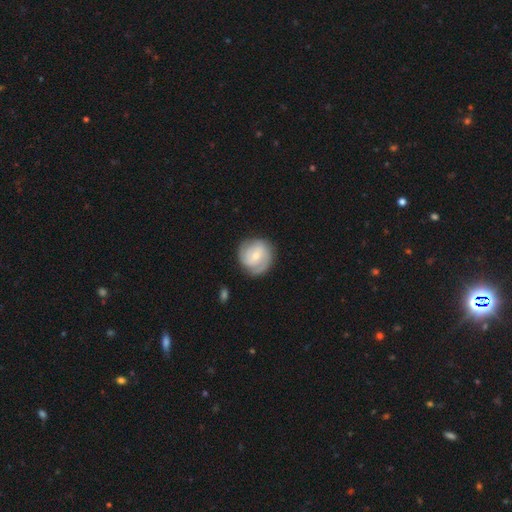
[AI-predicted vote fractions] A featured or disk galaxy (67%) with no bar (45%, tied with weak), 2 (47%) tight (59%) spiral arms (89%) and a small central bulge (55%).

Vote fractions:
- Smooth or featured? featured or disk: 67% / smooth: 28% / star or artifact: 5%
- Edge-on disk? no: 98% / yes: 2%
- Bar? no: 45% (tied) / weak: 45% (tied) / strong: 10%
- Spiral arms? yes: 89% / no: 11%
- Spiral winding? tight: 59% / medium: 31% / loose: 10%
- Spiral arm count? 2: 47% / can't tell: 25% / 3: 14% / 1: 9% / 4: 3% / more than 4: 3%
- Bulge size? small: 55% / moderate: 41% / large: 2% / none: 1% / dominant: 1%
- Merging? none: 79% / minor disturbance: 14% / major disturbance: 5% / merger: 1%